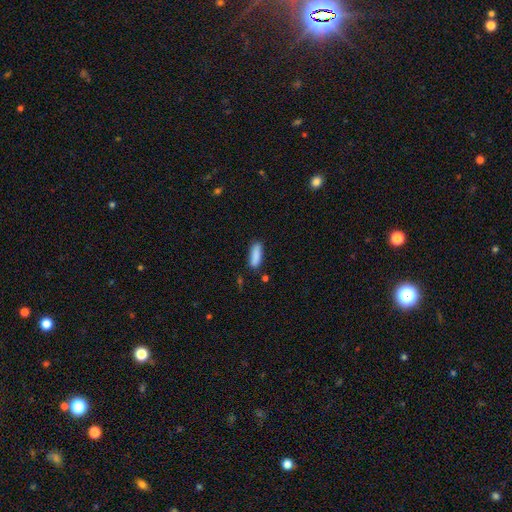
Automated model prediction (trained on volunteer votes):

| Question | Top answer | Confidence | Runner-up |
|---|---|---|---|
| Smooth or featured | smooth | 88% | star or artifact (7%) |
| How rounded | in between | 53% | cigar-shaped (46%) |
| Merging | none | 82% | minor disturbance (13%) |